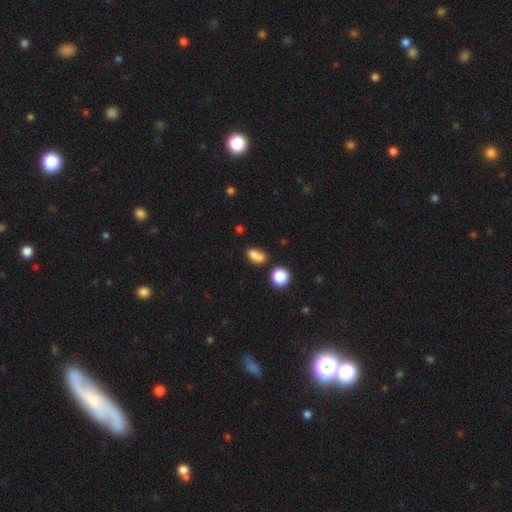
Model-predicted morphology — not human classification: A smooth galaxy with no disk features (79%) that is in between round and cigar-shaped (73%). Merging: none (49%).